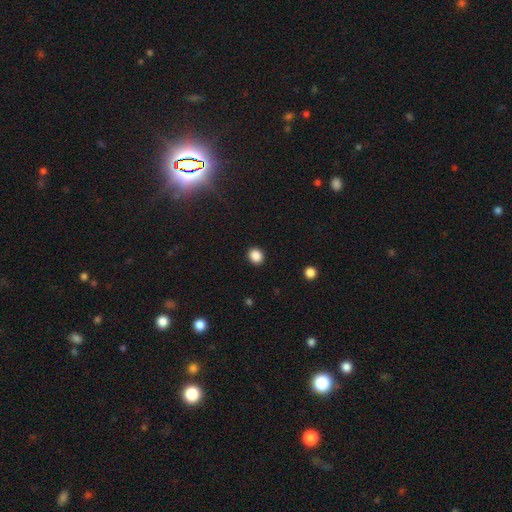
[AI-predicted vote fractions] Smooth or featured? Predicted: smooth (p=0.88). How rounded? Predicted: round (p=0.73). Merging? Predicted: none (p=0.91).